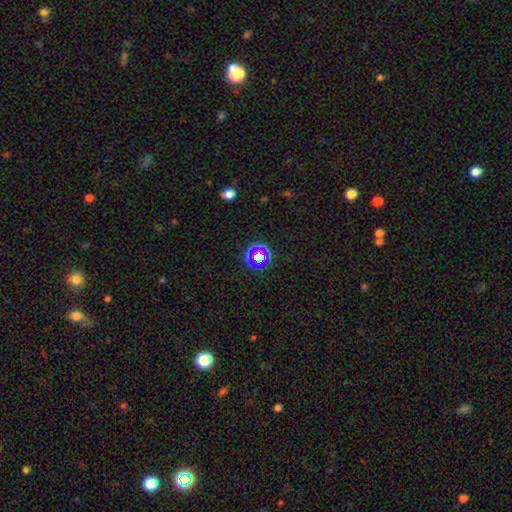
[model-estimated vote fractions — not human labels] smooth_or_featured: star or artifact (p=0.54) [alt: smooth p=0.34]